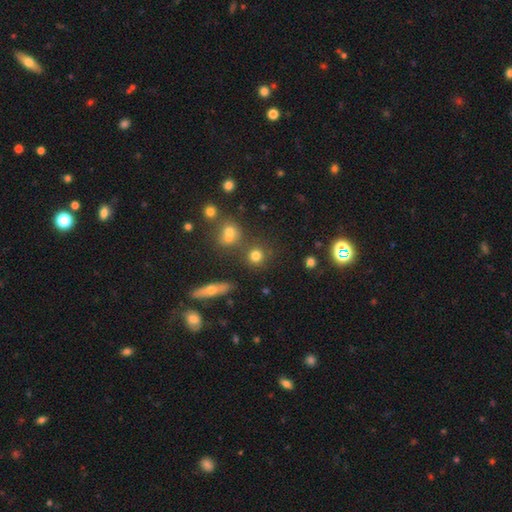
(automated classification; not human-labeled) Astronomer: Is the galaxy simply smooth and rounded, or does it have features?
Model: smooth — 75%.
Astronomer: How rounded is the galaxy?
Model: round — 88%.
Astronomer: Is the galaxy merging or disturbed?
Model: none — 77%.